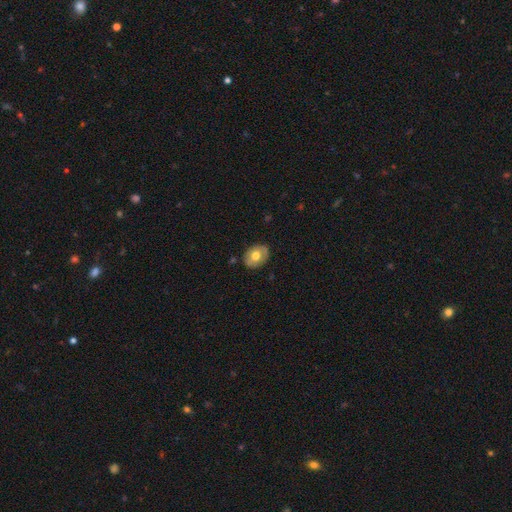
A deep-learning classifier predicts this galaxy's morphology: This appears to be a smooth galaxy with no disk features (62%) that is in between round and cigar-shaped (62%). Merging: none (83%).